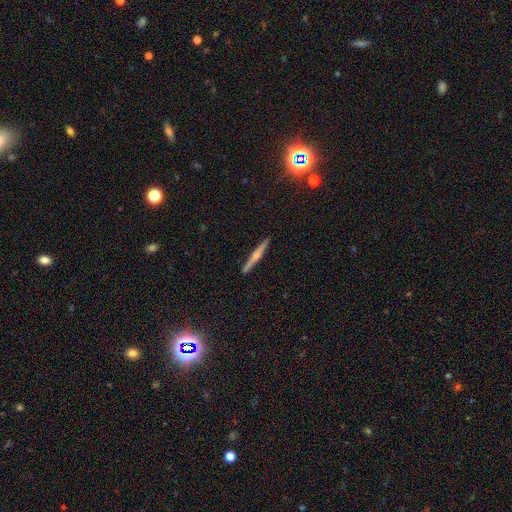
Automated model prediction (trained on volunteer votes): Smooth or featured? Predicted: featured or disk (p=0.58). Edge-on disk? Predicted: yes (p=0.98). Edge-on bulge? Predicted: rounded (p=0.70). Merging? Predicted: none (p=0.91).